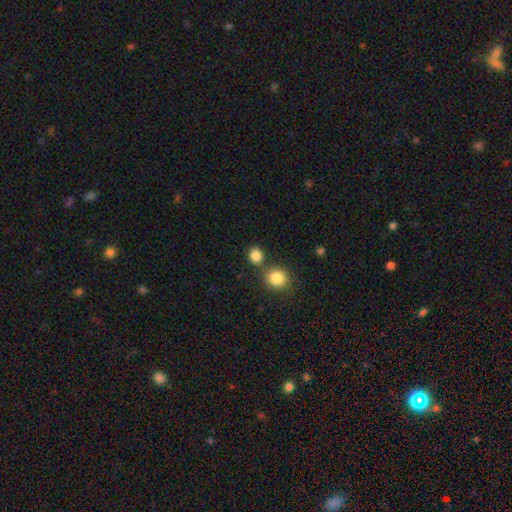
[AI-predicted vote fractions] Smooth or featured?
  - smooth: 84% *
  - star or artifact: 11%
  - featured or disk: 4%
How rounded?
  - round: 82% *
  - in between: 17%
  - cigar-shaped: 1%
Merging?
  - none: 69% *
  - merger: 20%
  - minor disturbance: 8%
  - major disturbance: 3%